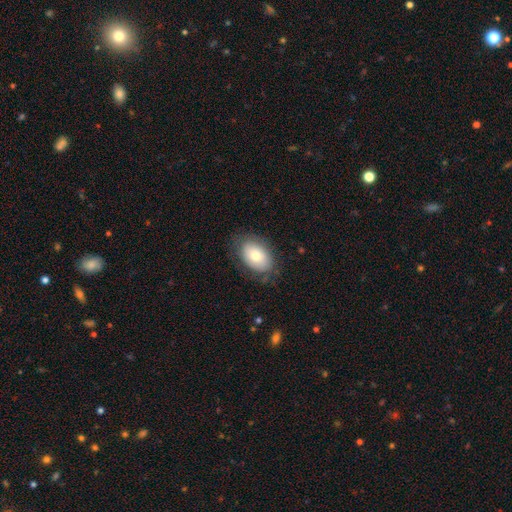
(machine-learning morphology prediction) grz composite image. It shows a smooth galaxy with no disk features (74%) that is in between round and cigar-shaped (88%). Merging: none (77%).